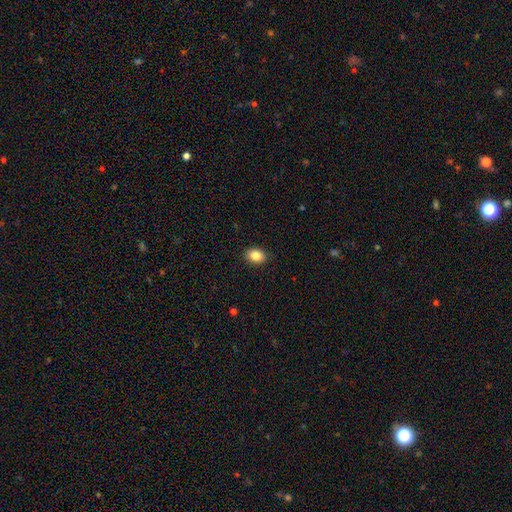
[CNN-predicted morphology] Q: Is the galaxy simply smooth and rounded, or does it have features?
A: smooth — 85%.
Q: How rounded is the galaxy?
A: in between — 71%.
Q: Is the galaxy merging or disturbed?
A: none — 89%.